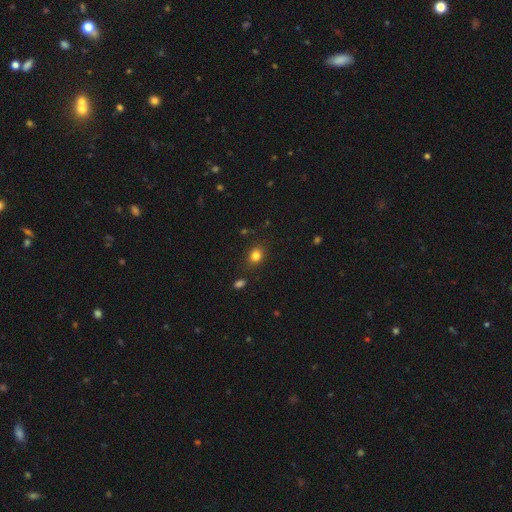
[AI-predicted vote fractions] This is clearly a smooth galaxy (82%). How rounded: likely round (62%). Merging: clearly none (85%).